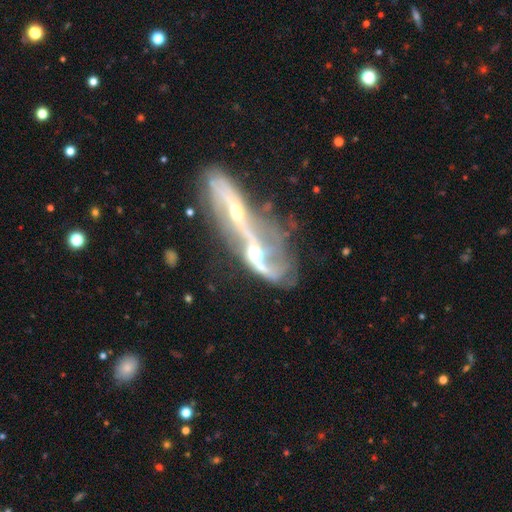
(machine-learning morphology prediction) featured or disk 73%, smooth 15%, star or artifact 11%. Down the decision tree: edge-on disk — no (85%); bar — no (58%); spiral arms — yes (60%); bulge size — moderate (53%); merging — merger (73%).